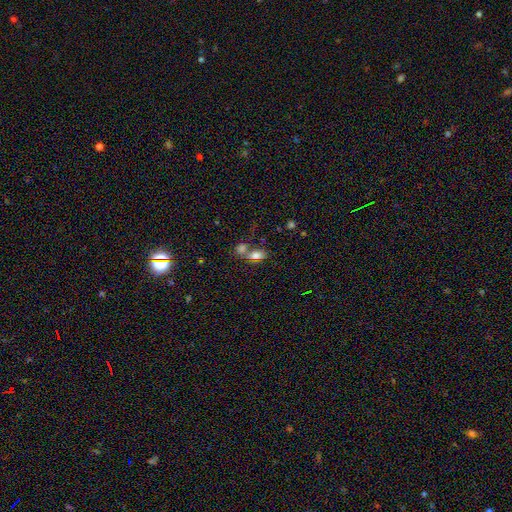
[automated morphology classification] smooth 74%, star or artifact 13%, featured or disk 13%. Down the decision tree: how rounded — in between (84%); merging — merger (49%).